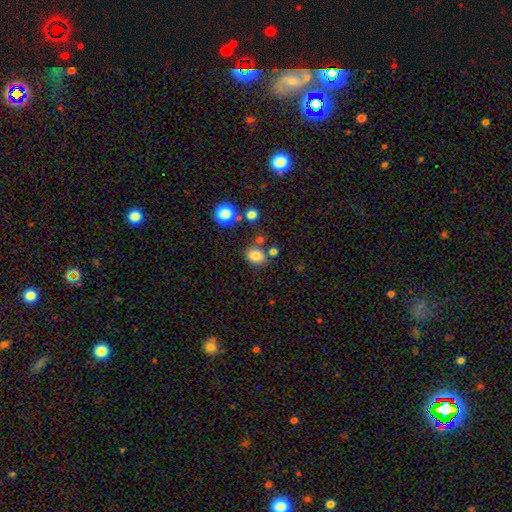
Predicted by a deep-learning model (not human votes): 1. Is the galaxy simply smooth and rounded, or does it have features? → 81% smooth, 12% star or artifact, 7% featured or disk.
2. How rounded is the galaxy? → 54% in between, 45% round, 1% cigar-shaped.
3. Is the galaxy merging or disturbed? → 73% none, 13% minor disturbance, 10% merger, 4% major disturbance.